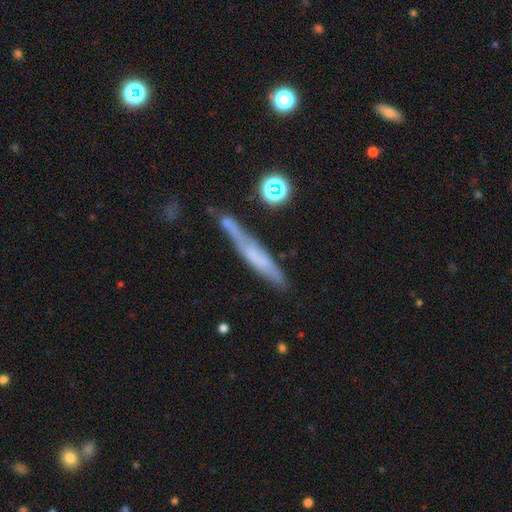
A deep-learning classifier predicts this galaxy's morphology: Smooth or featured? Predicted: featured or disk (p=0.49). Merging? Predicted: none (p=0.57).